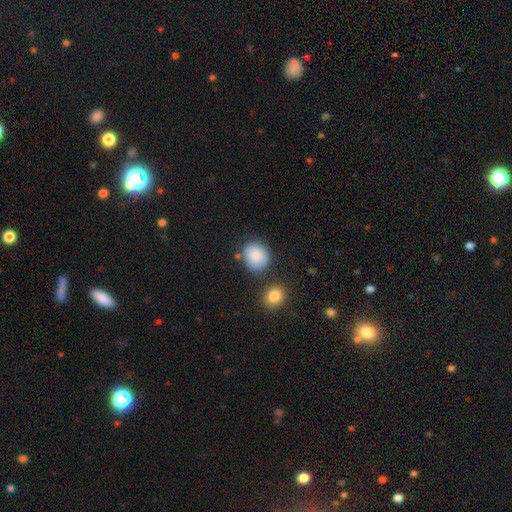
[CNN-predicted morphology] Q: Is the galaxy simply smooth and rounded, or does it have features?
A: smooth — 87%.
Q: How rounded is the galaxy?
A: round — 71%.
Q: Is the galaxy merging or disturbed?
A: none — 73%.